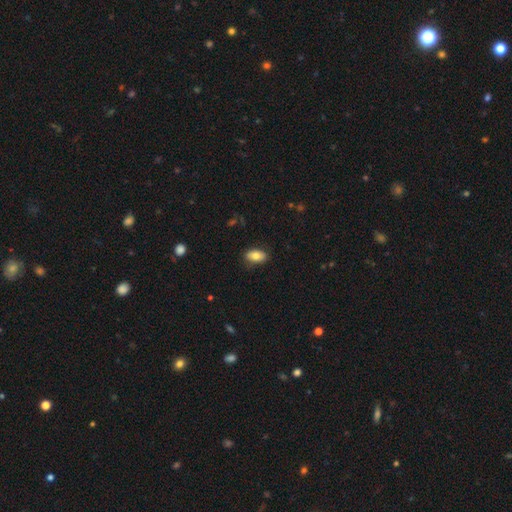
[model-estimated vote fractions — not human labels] Q: Smooth or featured?
A: smooth (79%); runner-up: featured or disk (14%)
Q: How rounded?
A: in between (90%); runner-up: round (5%)
Q: Merging?
A: none (83%); runner-up: minor disturbance (13%)